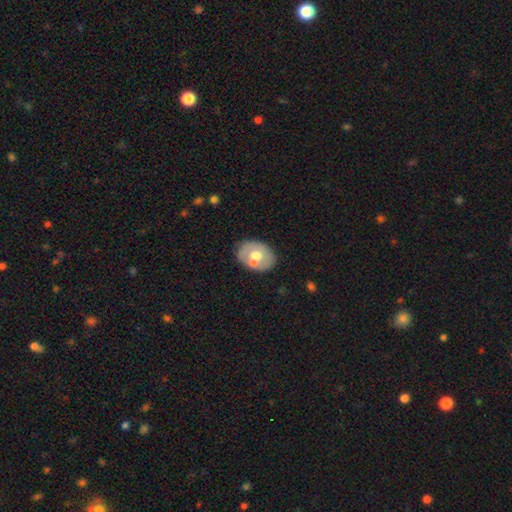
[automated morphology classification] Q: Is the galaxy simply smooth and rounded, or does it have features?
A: smooth — 49%.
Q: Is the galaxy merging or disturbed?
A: none — 59%.